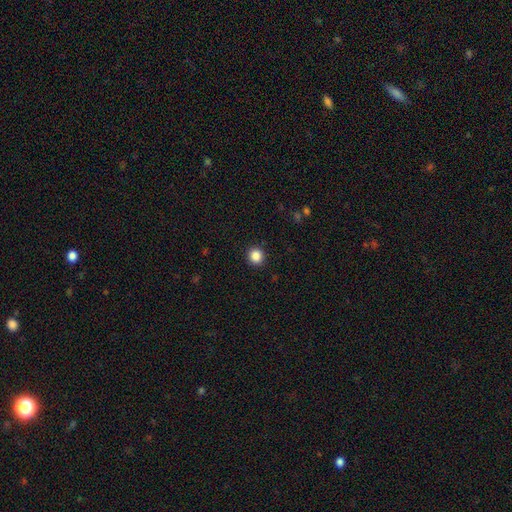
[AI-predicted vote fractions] Morphology: type=smooth (86%); roundness=round (91%); merging=none (92%).